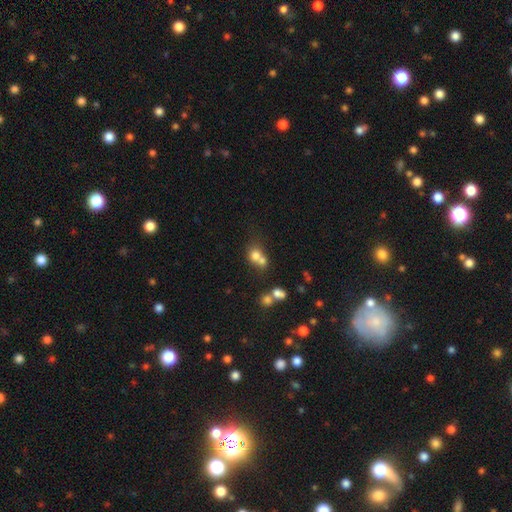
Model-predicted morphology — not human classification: Smooth or featured?
  - smooth: 70% *
  - featured or disk: 16%
  - star or artifact: 14%
How rounded?
  - round: 75% *
  - in between: 23%
  - cigar-shaped: 1%
Merging?
  - merger: 58% *
  - none: 30%
  - minor disturbance: 7%
  - major disturbance: 4%